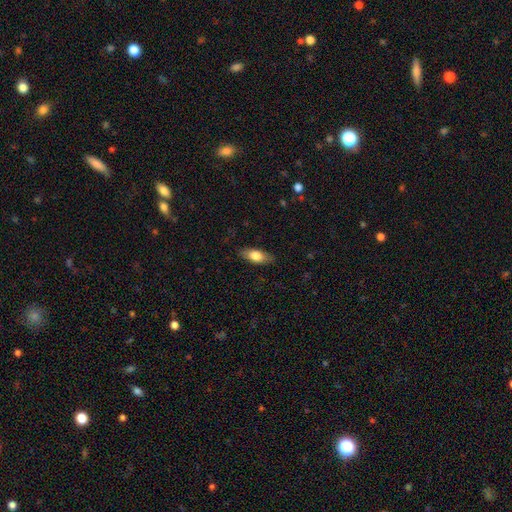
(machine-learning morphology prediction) smooth-or-featured: smooth: 74% | featured or disk: 20% | star or artifact: 7%
  how-rounded: in between: 77% | cigar-shaped: 20% | round: 3%
  merging: none: 85% | minor disturbance: 11% | major disturbance: 3% | merger: 1%